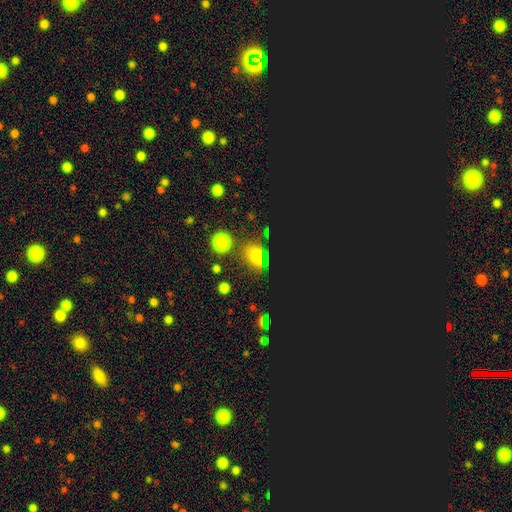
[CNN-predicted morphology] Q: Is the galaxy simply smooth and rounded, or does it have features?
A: star or artifact — 51%.